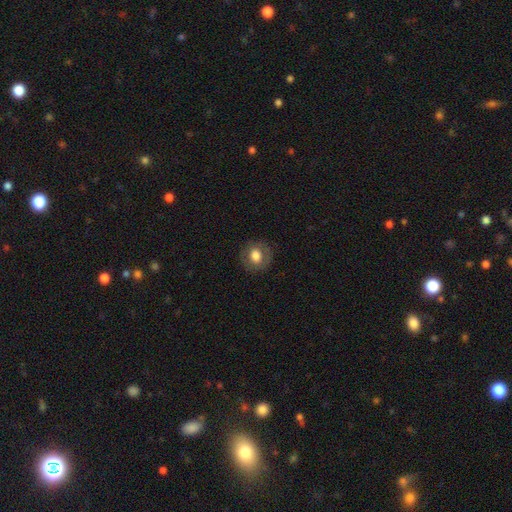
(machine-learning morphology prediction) Smooth or featured? smooth (70%)
How rounded? round (78%)
Merging? none (84%)